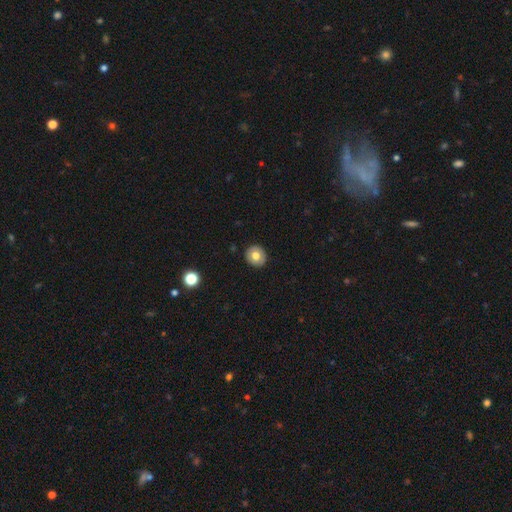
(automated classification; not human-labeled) Overall: smooth (70%). How rounded: round (85%). Merging: none (91%).